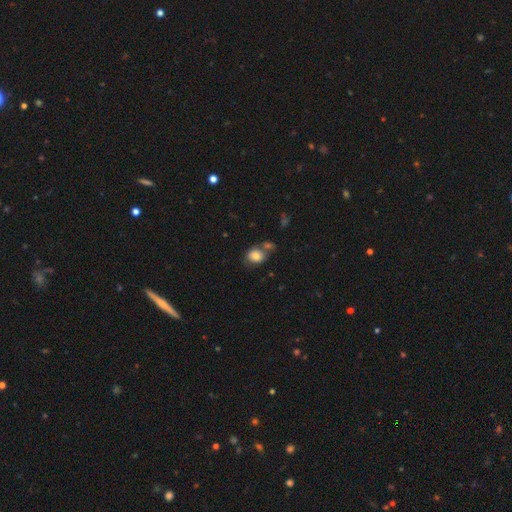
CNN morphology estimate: This is likely a smooth galaxy (78%). How rounded: possibly round (52%). Merging: possibly none (48%).